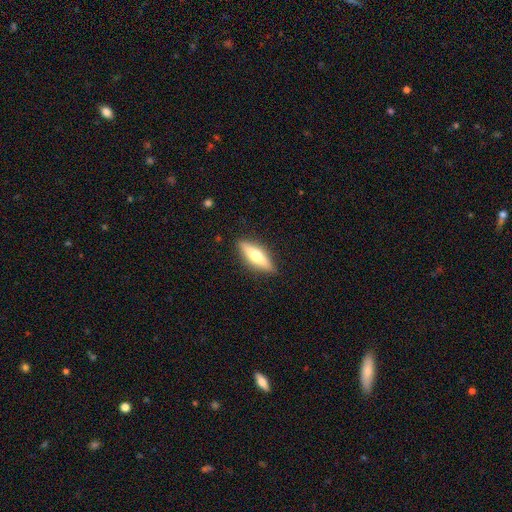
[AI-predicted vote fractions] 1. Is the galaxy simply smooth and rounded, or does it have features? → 56% smooth, 38% featured or disk, 6% star or artifact.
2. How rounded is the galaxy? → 53% cigar-shaped, 45% in between, 2% round.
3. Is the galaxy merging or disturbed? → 87% none, 10% minor disturbance, 2% major disturbance, 1% merger.